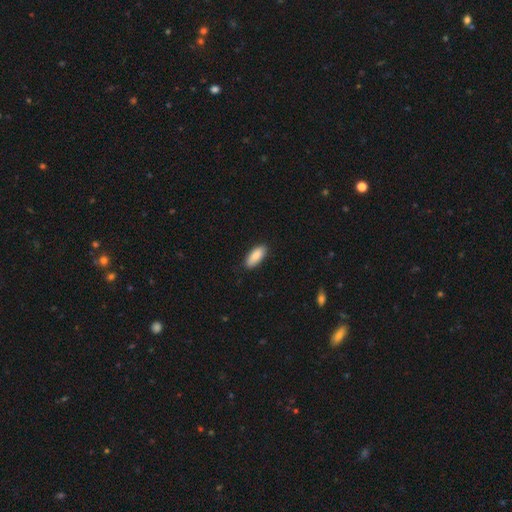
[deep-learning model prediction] smooth_or_featured: smooth (p=0.89) [alt: star or artifact p=0.06]
how_rounded: in between (p=0.82) [alt: cigar-shaped p=0.16]
merging: none (p=0.88) [alt: minor disturbance p=0.09]